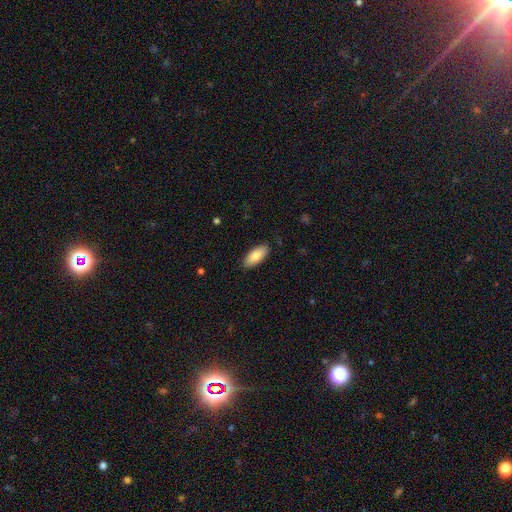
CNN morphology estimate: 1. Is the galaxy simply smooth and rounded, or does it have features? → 83% smooth, 11% featured or disk, 6% star or artifact.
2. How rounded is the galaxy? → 87% in between, 11% cigar-shaped, 2% round.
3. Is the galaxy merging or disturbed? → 87% none, 10% minor disturbance, 2% major disturbance, 1% merger.